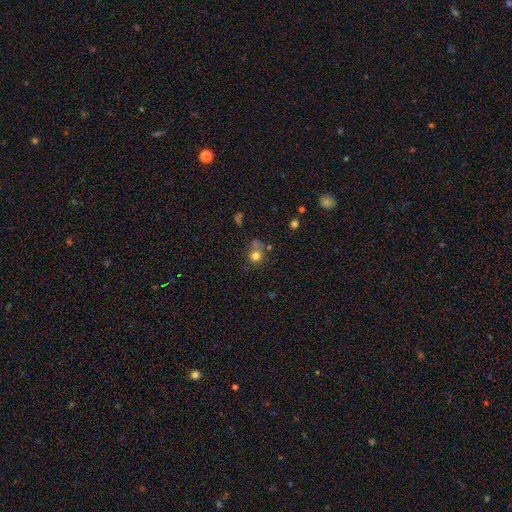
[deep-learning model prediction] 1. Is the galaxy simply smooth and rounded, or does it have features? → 75% smooth, 14% star or artifact, 10% featured or disk.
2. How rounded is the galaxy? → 84% round, 15% in between, 1% cigar-shaped.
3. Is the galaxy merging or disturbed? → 56% none, 19% merger, 16% minor disturbance, 8% major disturbance.